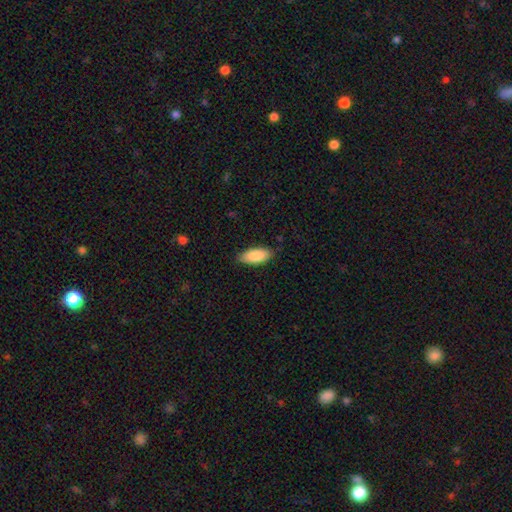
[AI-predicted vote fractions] Smooth or featured? smooth (88%)
How rounded? in between (86%)
Merging? none (84%)